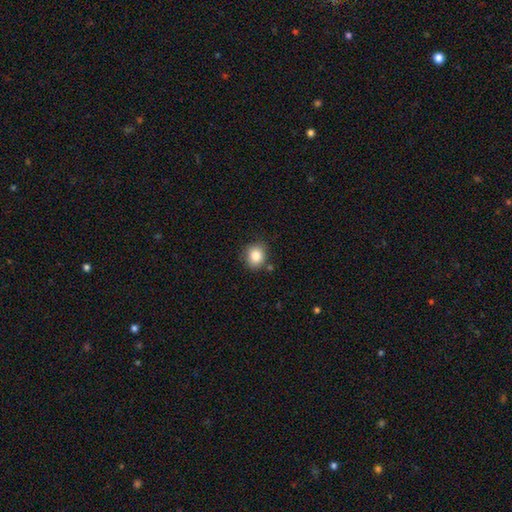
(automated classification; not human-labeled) smooth 85%, star or artifact 9%, featured or disk 6%. Down the decision tree: how rounded — round (74%); merging — none (78%).